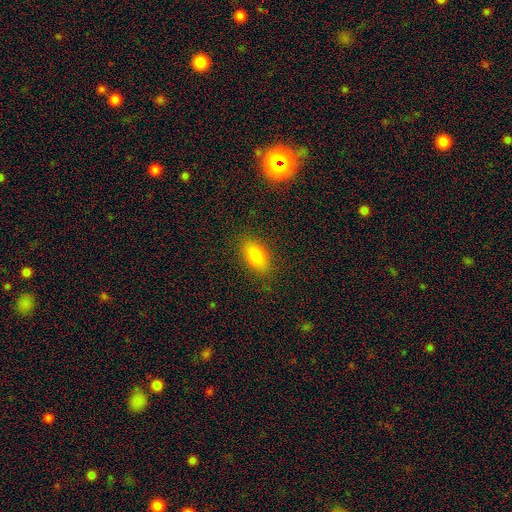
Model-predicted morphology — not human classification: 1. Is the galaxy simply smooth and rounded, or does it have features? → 80% smooth, 11% featured or disk, 10% star or artifact.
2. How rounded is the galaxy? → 87% in between, 9% round, 4% cigar-shaped.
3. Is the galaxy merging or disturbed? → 85% none, 10% minor disturbance, 3% major disturbance, 1% merger.